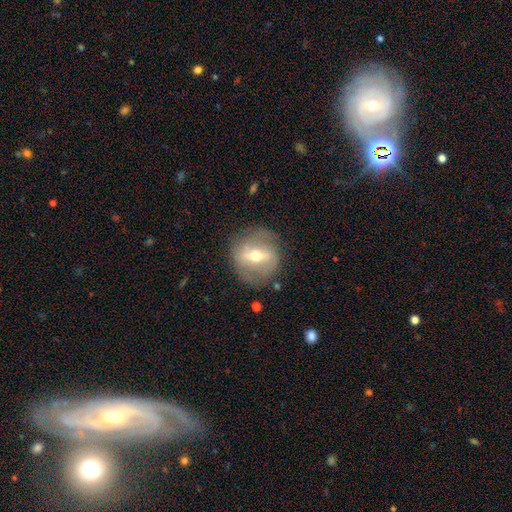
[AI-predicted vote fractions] featured or disk 65%, smooth 28%, star or artifact 7%. Down the decision tree: edge-on disk — no (87%); bar — strong (53%); spiral arms — no (53%); bulge size — moderate (67%); merging — none (77%).